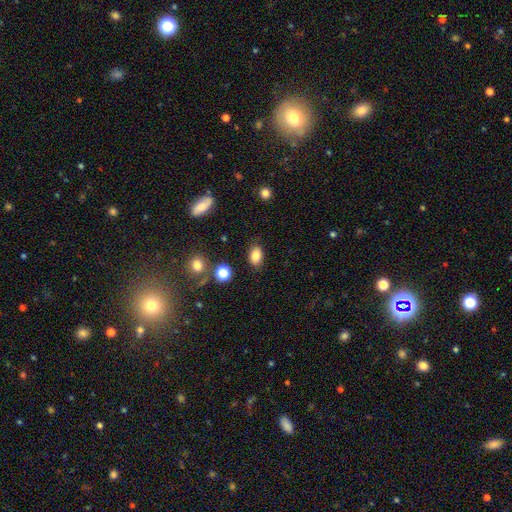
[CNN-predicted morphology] Q: Smooth or featured?
A: smooth (83%); runner-up: star or artifact (10%)
Q: How rounded?
A: in between (85%); runner-up: round (14%)
Q: Merging?
A: none (83%); runner-up: minor disturbance (12%)